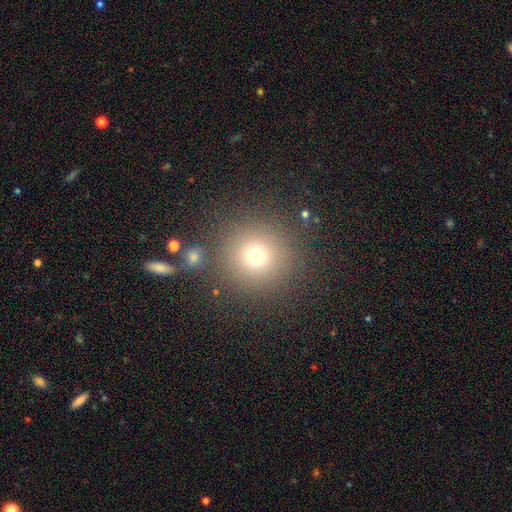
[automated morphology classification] The model was most divided on "smooth or featured": smooth: 72%, star or artifact: 18%, featured or disk: 10%. More confident: how rounded — round (94%); merging — none (84%).